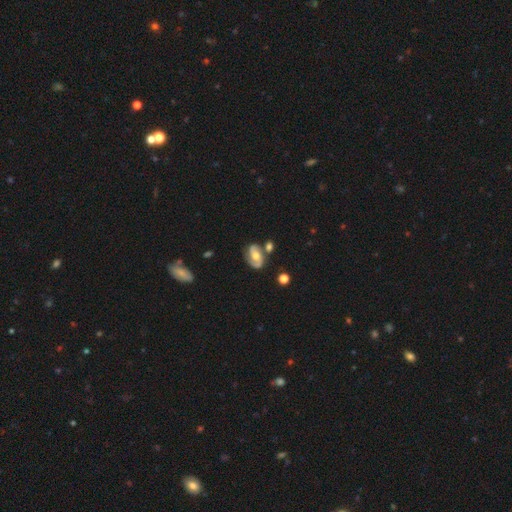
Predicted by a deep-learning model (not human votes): Smooth or featured: featured or disk — 73% (smooth — 20%)
Edge-on disk: no — 96% (yes — 4%)
Bar: no — 54% (weak — 33%)
Spiral arms: yes — 89% (no — 11%)
Spiral winding: medium — 47% (tight — 30%)
Spiral arm count: 2 — 85% (can't tell — 7%)
Bulge size: moderate — 69% (small — 21%)
Merging: none — 63% (minor disturbance — 18%)